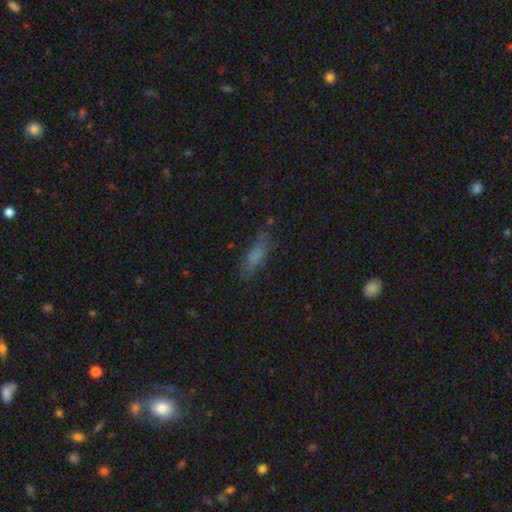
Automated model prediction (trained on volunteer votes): Smooth or featured? Predicted: smooth (p=0.70). How rounded? Predicted: cigar-shaped (p=0.59). Merging? Predicted: none (p=0.72).